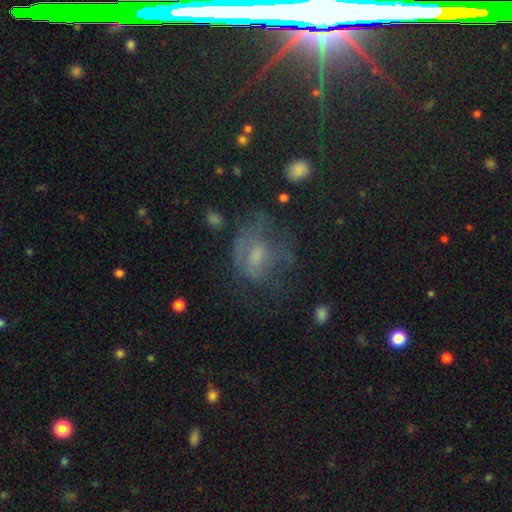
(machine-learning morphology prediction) A featured or disk galaxy (45%). Merging: none (40%).